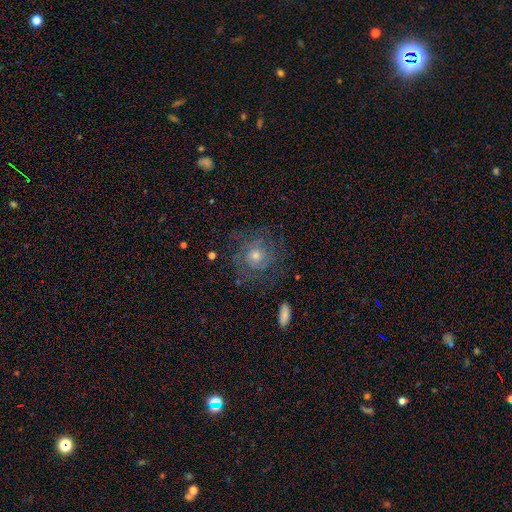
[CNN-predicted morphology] smooth_or_featured: featured or disk (p=0.57) [alt: smooth p=0.29]
disk_edge_on: no (p=0.96) [alt: yes p=0.04]
bar: no (p=0.83) [alt: weak p=0.14]
has_spiral_arms: yes (p=0.77) [alt: no p=0.23]
bulge_size: moderate (p=0.54) [alt: small p=0.37]
merging: none (p=0.74) [alt: minor disturbance p=0.14]